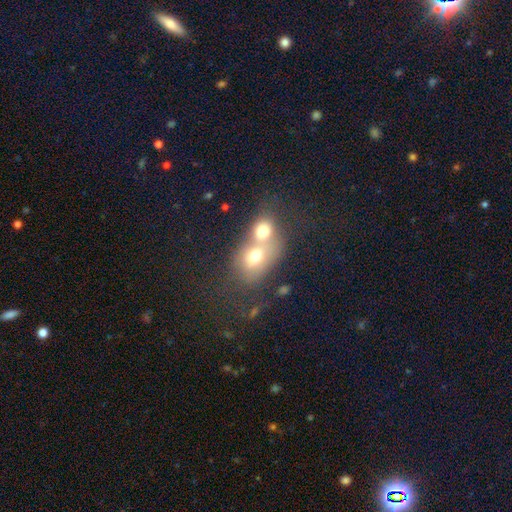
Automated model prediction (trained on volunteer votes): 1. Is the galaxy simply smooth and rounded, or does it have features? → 64% smooth, 24% featured or disk, 11% star or artifact.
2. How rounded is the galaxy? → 54% in between, 44% round, 2% cigar-shaped.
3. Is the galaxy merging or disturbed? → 73% merger, 17% none, 6% minor disturbance, 4% major disturbance.